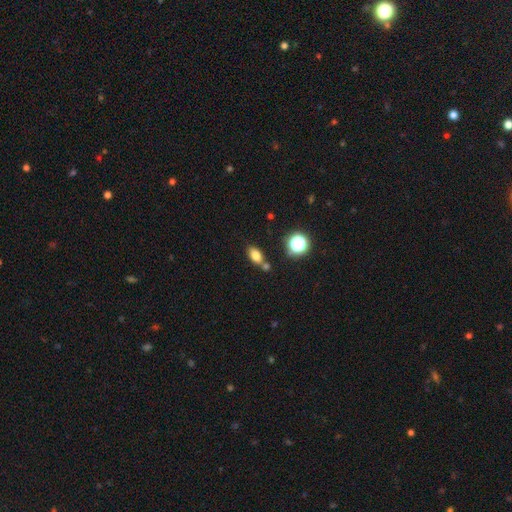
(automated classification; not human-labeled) A smooth galaxy with no disk features (78%) that is in between round and cigar-shaped (83%). Merging: none (66%).